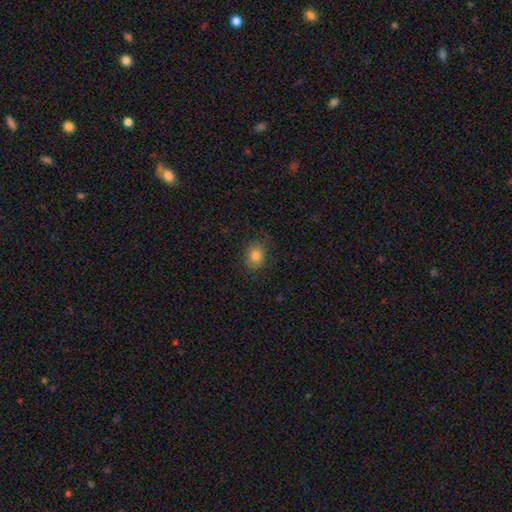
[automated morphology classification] A smooth galaxy with no disk features (82%) that is round (59%).

Vote fractions:
- Smooth or featured? smooth: 82% / star or artifact: 11% / featured or disk: 7%
- How rounded? round: 59% / in between: 40% / cigar-shaped: 1%
- Merging? none: 81% / minor disturbance: 15% / major disturbance: 4% / merger: 1%